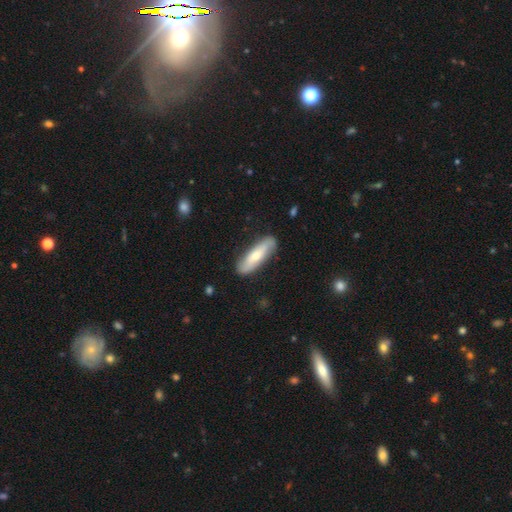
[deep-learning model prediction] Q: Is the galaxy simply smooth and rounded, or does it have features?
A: smooth — 60%.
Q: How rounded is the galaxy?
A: cigar-shaped — 59%.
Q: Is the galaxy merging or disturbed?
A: none — 84%.